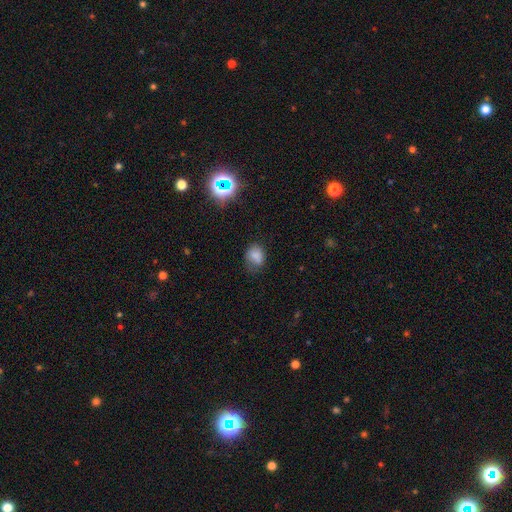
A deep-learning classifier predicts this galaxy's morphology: Smooth or featured: smooth — 78% (star or artifact — 14%)
How rounded: in between — 58% (round — 41%)
Merging: none — 56% (minor disturbance — 31%)